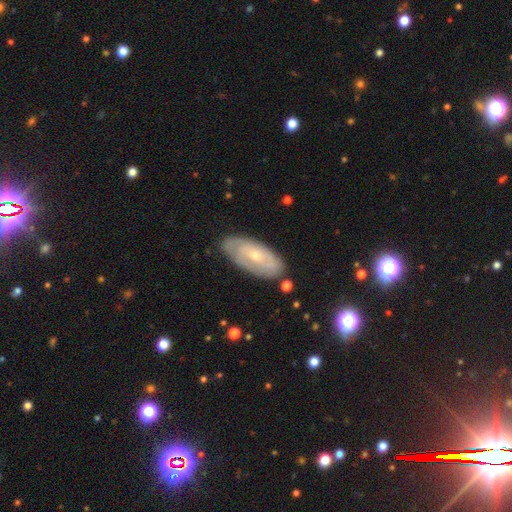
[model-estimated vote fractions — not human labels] Overall: featured or disk (64%; smooth 30%). Edge-on disk: no (90%). Bar: no (74%). Spiral arms: yes (72%). Bulge size: small (71%). Merging: none (78%).